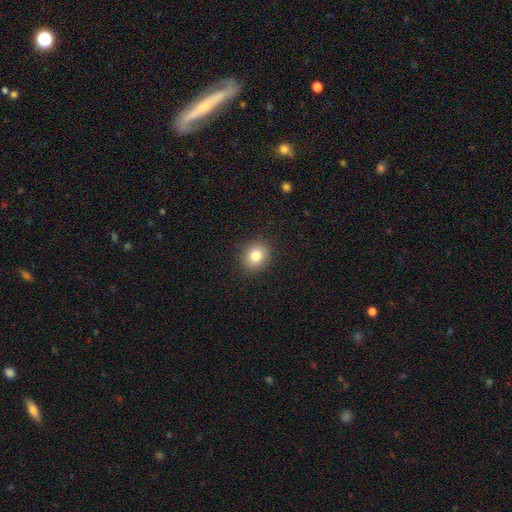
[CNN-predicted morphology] smooth-or-featured: smooth: 82% | star or artifact: 10% | featured or disk: 8%
  how-rounded: round: 66% | in between: 33% | cigar-shaped: 1%
  merging: none: 90% | minor disturbance: 7% | major disturbance: 2% | merger: 1%